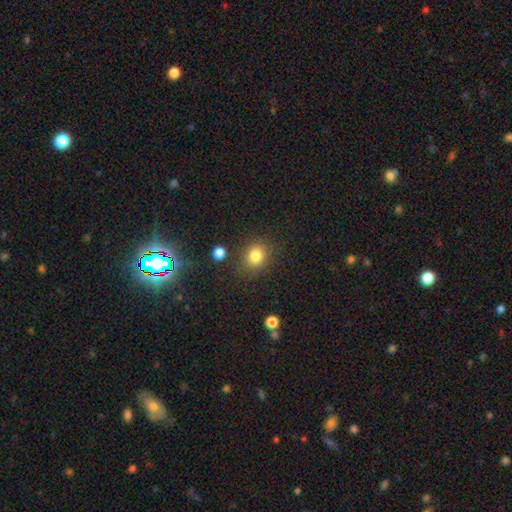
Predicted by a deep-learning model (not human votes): A smooth galaxy with no disk features (82%) that is round (71%).

Vote fractions:
- Smooth or featured? smooth: 82% / star or artifact: 12% / featured or disk: 6%
- How rounded? round: 71% / in between: 28% / cigar-shaped: 1%
- Merging? none: 82% / minor disturbance: 11% / major disturbance: 4% / merger: 4%